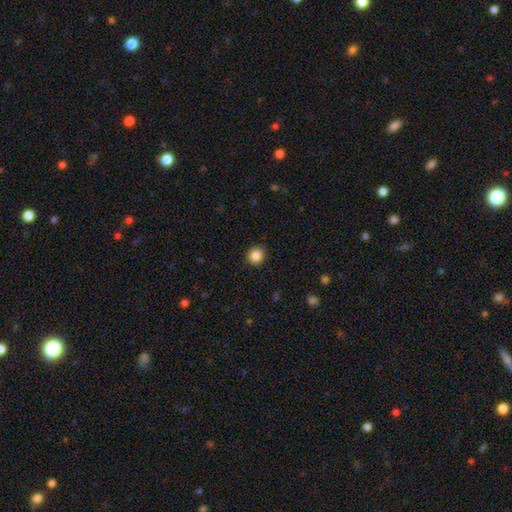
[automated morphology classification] This appears to be a smooth galaxy with no disk features (85%) that is round (88%). Merging: none (91%).